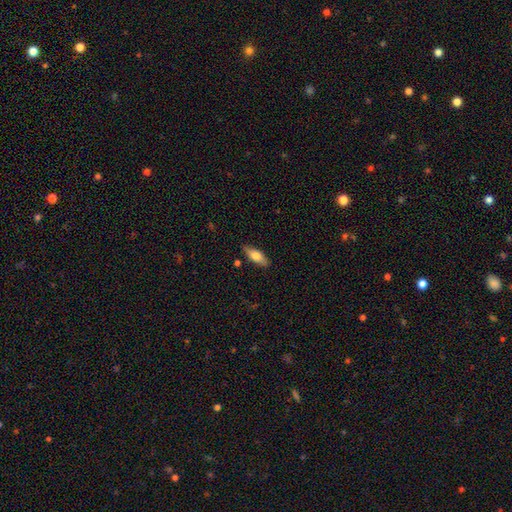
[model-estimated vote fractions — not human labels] This appears to be a smooth galaxy with no disk features (69%) that is in between round and cigar-shaped (66%). Merging: none (84%).